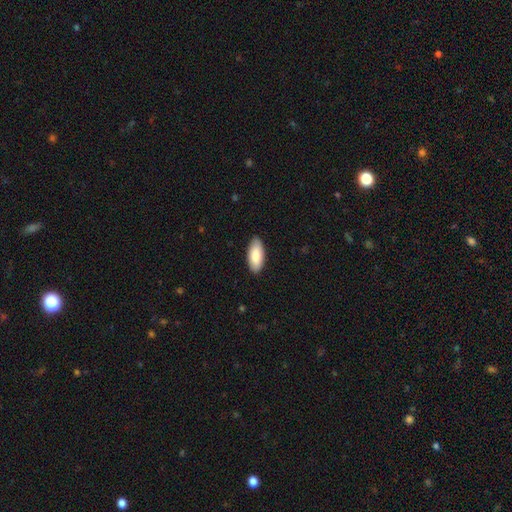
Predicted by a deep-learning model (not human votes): A smooth galaxy with no disk features (84%) that is in between round and cigar-shaped (88%). Merging: none (88%).